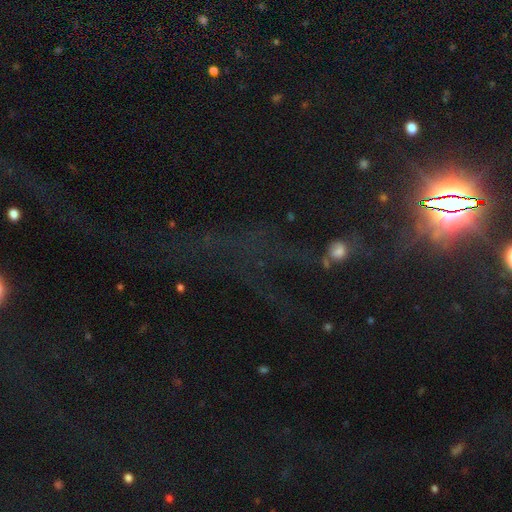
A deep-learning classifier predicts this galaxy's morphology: Q: Smooth or featured?
A: star or artifact (75%); runner-up: smooth (13%)